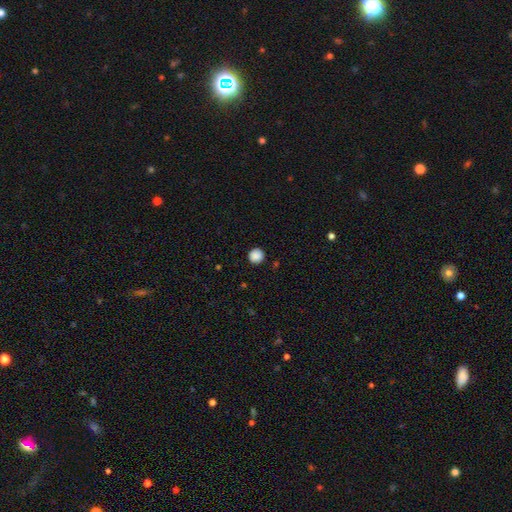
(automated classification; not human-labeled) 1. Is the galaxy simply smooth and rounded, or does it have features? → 88% smooth, 9% star or artifact, 3% featured or disk.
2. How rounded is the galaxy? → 95% round, 4% in between, 1% cigar-shaped.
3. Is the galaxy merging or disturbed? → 92% none, 5% minor disturbance, 2% major disturbance, 1% merger.